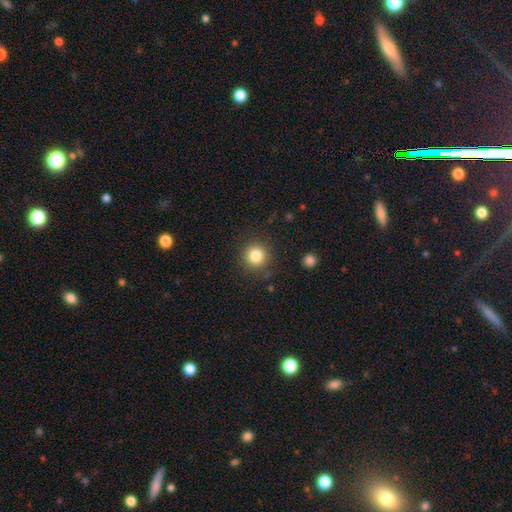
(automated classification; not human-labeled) This appears to be a smooth galaxy with no disk features (83%) that is round (94%). Merging: none (88%).